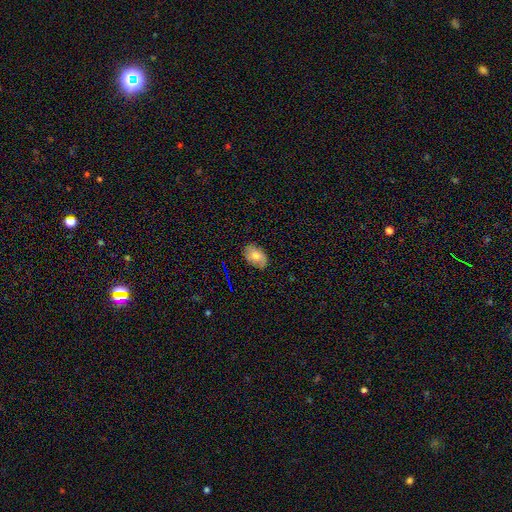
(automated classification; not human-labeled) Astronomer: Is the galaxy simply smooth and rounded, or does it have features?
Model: smooth — 69%.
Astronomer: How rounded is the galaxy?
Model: in between — 86%.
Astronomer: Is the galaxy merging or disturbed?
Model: none — 78%.